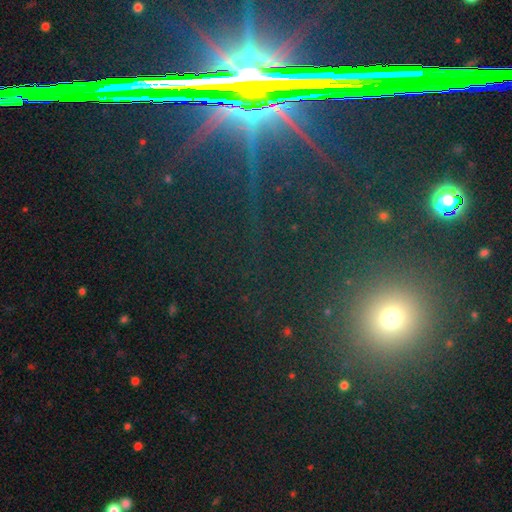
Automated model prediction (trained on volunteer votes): Q: Smooth or featured?
A: star or artifact (61%); runner-up: smooth (26%)